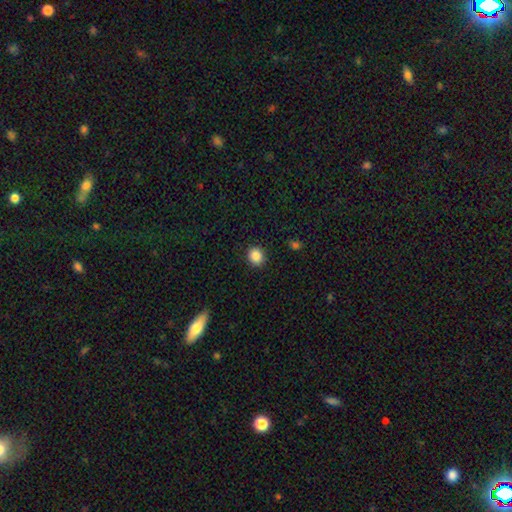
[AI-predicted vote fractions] Smooth or featured: smooth — 86% (star or artifact — 10%)
How rounded: round — 78% (in between — 21%)
Merging: none — 90% (minor disturbance — 7%)